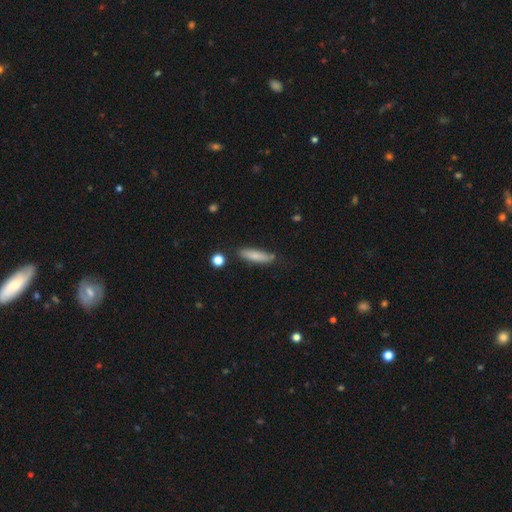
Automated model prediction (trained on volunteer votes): Overall: smooth (79%). How rounded: cigar-shaped (71%). Merging: none (78%).